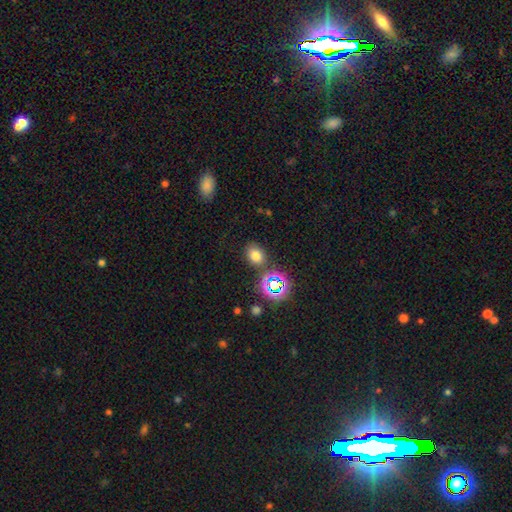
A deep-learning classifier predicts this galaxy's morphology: A smooth galaxy with no disk features (69%) that is in between round and cigar-shaped (60%).

Vote fractions:
- Smooth or featured? smooth: 69% / star or artifact: 23% / featured or disk: 8%
- How rounded? in between: 60% / round: 39% / cigar-shaped: 1%
- Merging? none: 78% / minor disturbance: 11% / merger: 6% / major disturbance: 4%